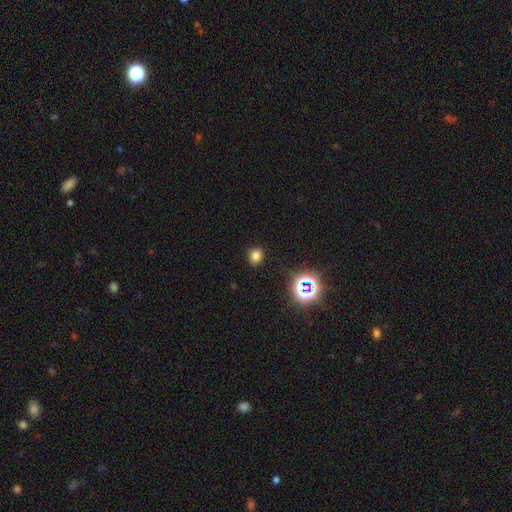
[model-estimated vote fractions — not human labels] Overall: smooth (74%). How rounded: round (62%; in between 37%). Merging: none (88%).